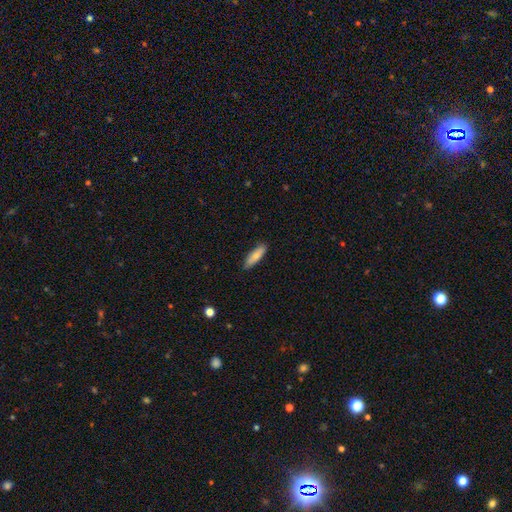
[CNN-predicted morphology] A smooth galaxy with no disk features (79%) that is cigar-shaped (55%).

Vote fractions:
- Smooth or featured? smooth: 79% / featured or disk: 15% / star or artifact: 6%
- How rounded? cigar-shaped: 55% / in between: 43% / round: 2%
- Merging? none: 86% / minor disturbance: 11% / major disturbance: 2% / merger: 1%